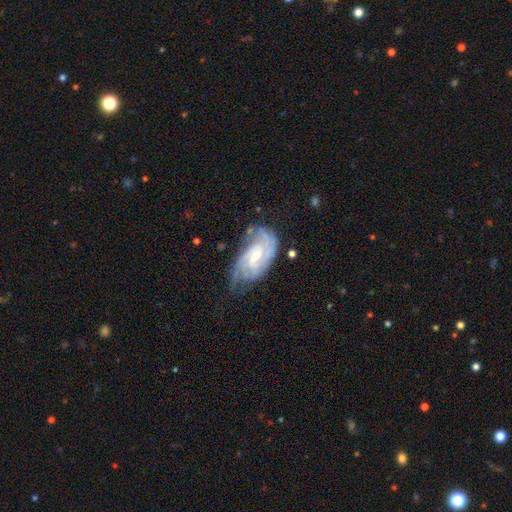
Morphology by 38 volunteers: Smooth or featured? 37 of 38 (97%) said featured or disk. Edge-on disk? 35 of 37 (95%) said no. Bar? 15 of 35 (43%) said weak. Spiral arms? 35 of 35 (100%) said yes. Spiral winding? 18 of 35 (51%) said tight. Spiral arm count? 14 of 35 (40%) said 2. Bulge size? 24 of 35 (69%) said small. Merging? 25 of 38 (66%) said none.